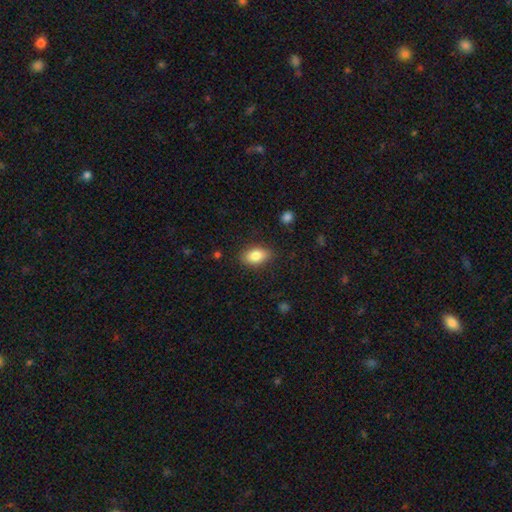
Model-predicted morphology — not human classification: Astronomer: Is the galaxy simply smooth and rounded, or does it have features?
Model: smooth — 85%.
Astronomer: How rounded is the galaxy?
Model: in between — 89%.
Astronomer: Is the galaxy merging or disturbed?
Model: none — 86%.